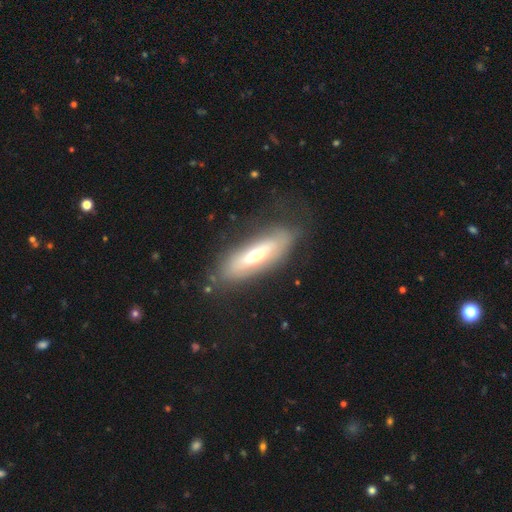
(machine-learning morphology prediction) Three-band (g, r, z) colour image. It shows a featured or disk galaxy (50%). Merging: none (70%).